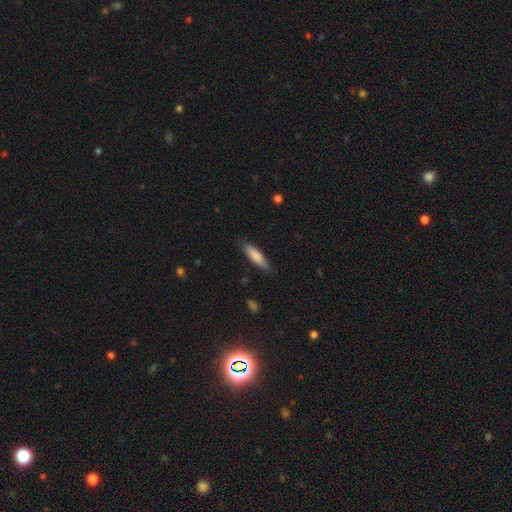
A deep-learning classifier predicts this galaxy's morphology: Smooth or featured: smooth — 79% (featured or disk — 15%)
How rounded: cigar-shaped — 64% (in between — 34%)
Merging: none — 82% (minor disturbance — 14%)